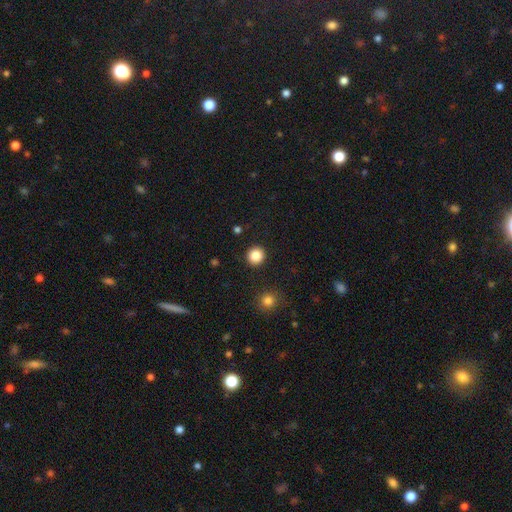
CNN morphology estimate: This appears to be a smooth galaxy with no disk features (86%) that is round (92%). Merging: none (92%).